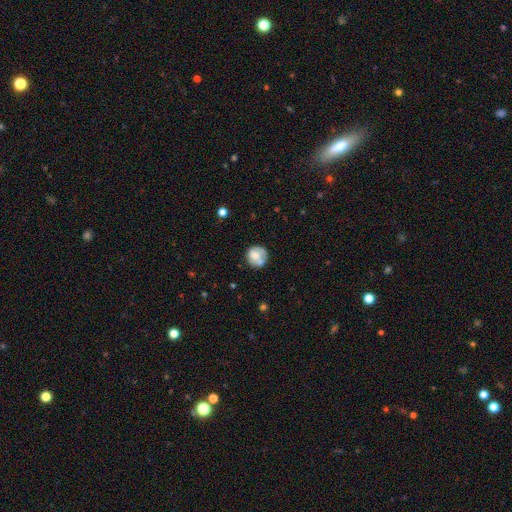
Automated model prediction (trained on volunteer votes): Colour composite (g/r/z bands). It shows a smooth galaxy with no disk features (62%) that is round (85%). Merging: none (53%).